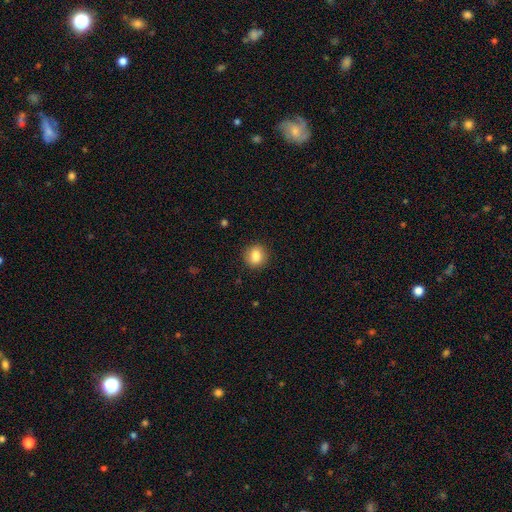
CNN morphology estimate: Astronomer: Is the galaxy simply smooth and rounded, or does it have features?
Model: smooth — 85%.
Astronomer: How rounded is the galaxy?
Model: round — 81%.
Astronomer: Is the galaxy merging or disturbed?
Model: none — 88%.